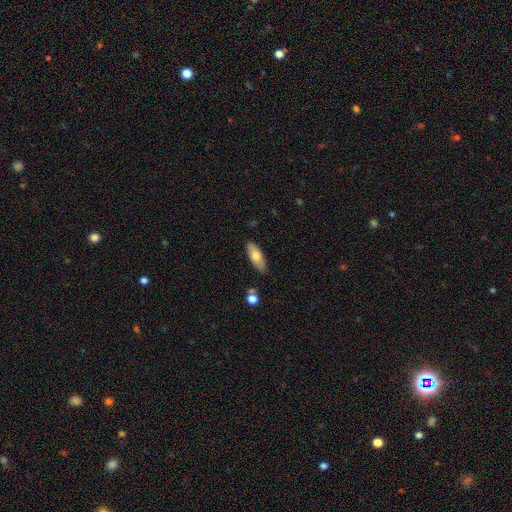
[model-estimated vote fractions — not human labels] Smooth or featured: smooth — 68% (featured or disk — 26%)
How rounded: in between — 75% (cigar-shaped — 23%)
Merging: none — 84% (minor disturbance — 12%)